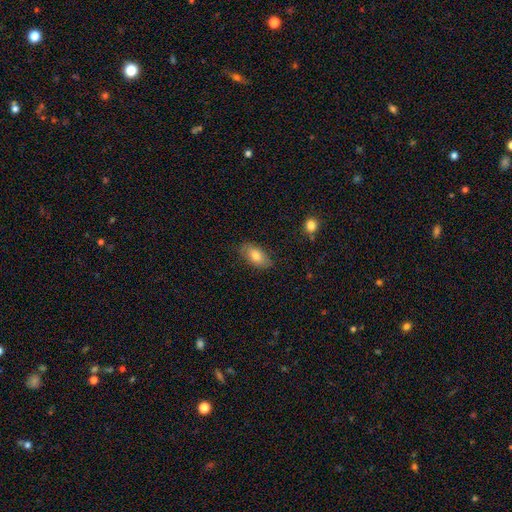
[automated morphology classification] type=smooth (78%); roundness=in between (90%); merging=none (81%).